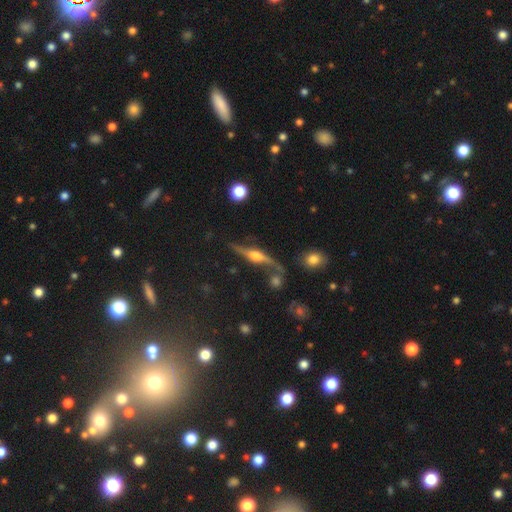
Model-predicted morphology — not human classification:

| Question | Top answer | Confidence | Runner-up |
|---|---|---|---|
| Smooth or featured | featured or disk | 81% | smooth (12%) |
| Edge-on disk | yes | 78% | no (22%) |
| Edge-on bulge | rounded | 91% | boxy (6%) |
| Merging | none | 62% | minor disturbance (19%) |